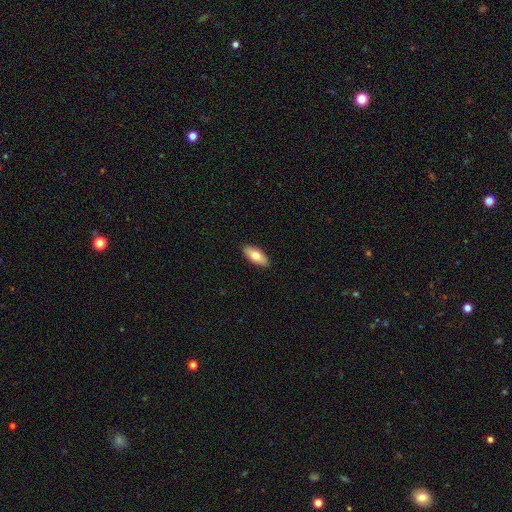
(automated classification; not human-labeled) Smooth or featured: smooth — 75% (featured or disk — 19%)
How rounded: in between — 84% (cigar-shaped — 14%)
Merging: none — 91% (minor disturbance — 7%)